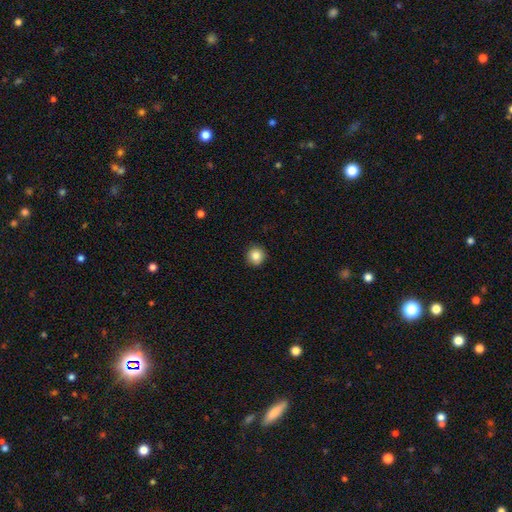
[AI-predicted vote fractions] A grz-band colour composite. It shows a smooth galaxy with no disk features (85%) that is round (94%). Merging: none (92%).